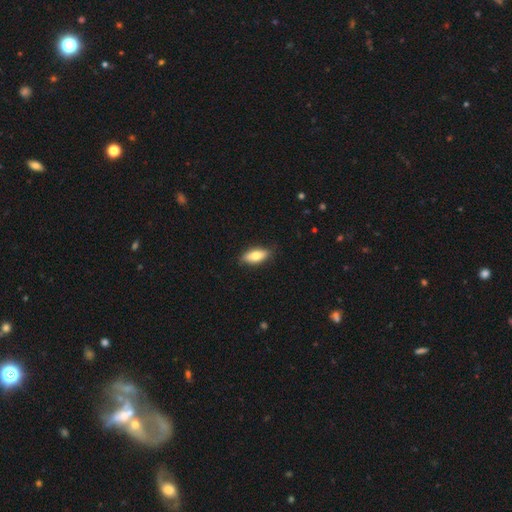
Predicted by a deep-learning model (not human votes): This is likely a smooth galaxy (73%). How rounded: clearly in between (82%). Merging: clearly none (84%).